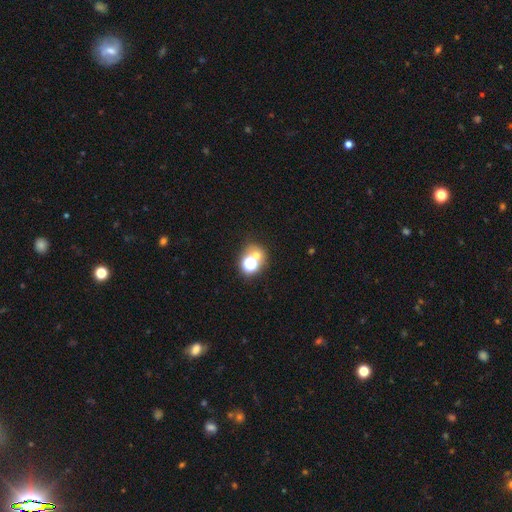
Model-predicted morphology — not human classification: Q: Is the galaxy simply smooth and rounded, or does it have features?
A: smooth — 52%.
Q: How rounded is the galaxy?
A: round — 75%.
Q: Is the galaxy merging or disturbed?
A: none — 55%.